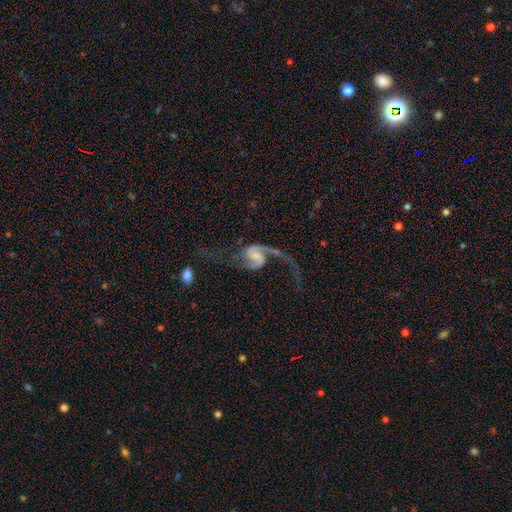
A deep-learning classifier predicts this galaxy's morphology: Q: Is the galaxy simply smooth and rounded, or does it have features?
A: featured or disk — 89%.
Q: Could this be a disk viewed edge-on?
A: no — 98%.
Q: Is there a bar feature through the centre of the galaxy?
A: no — 43%, tied with weak.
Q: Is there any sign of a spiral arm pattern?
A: yes — 96%.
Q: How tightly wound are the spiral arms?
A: loose — 77%.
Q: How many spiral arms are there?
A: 2 — 88%.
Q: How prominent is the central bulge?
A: small — 34%.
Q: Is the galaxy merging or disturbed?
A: none — 43%.